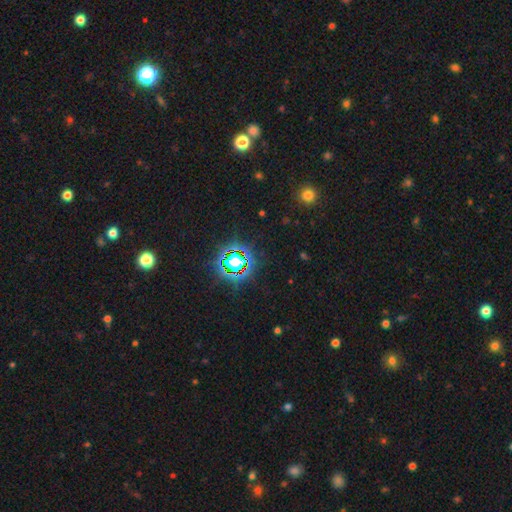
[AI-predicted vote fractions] Smooth or featured: star or artifact — 72% (smooth — 21%)